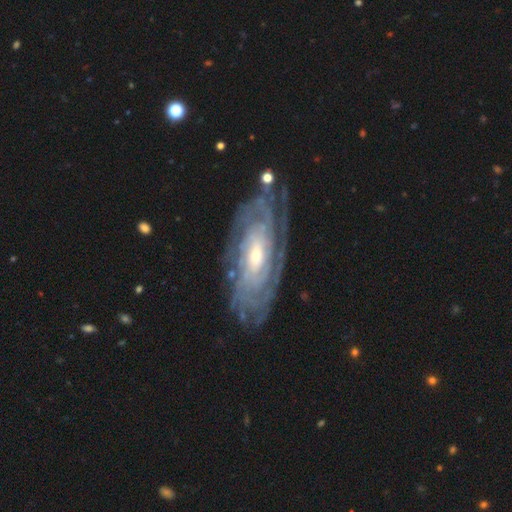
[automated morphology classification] The model was most divided on "bulge size": moderate: 49%, small: 44%, large: 4%, none: 1%, dominant: 1%. Remaining: spiral arms — yes (96%); edge-on disk — no (92%); smooth or featured — featured or disk (89%); spiral winding — tight (82%); merging — none (79%); bar — no (55%); spiral arm count — can't tell (39%).